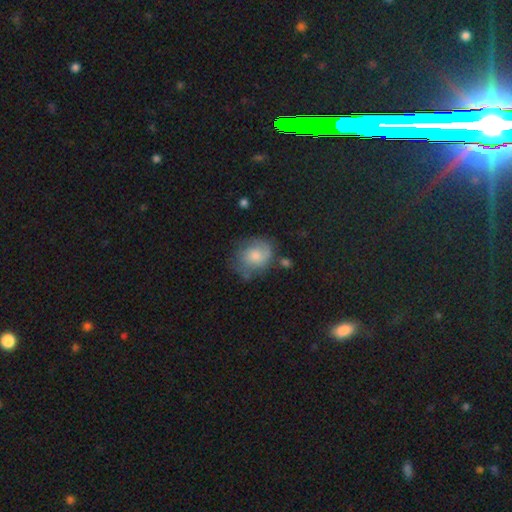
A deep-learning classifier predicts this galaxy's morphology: Smooth or featured: smooth — 50% (featured or disk — 39%)
How rounded: round — 57% (in between — 42%)
Merging: none — 58% (minor disturbance — 27%)